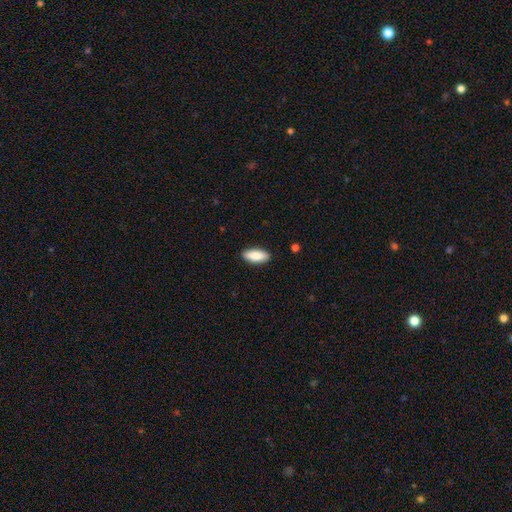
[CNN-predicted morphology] Smooth or featured? Predicted: smooth (p=0.86). How rounded? Predicted: in between (p=0.84). Merging? Predicted: none (p=0.90).